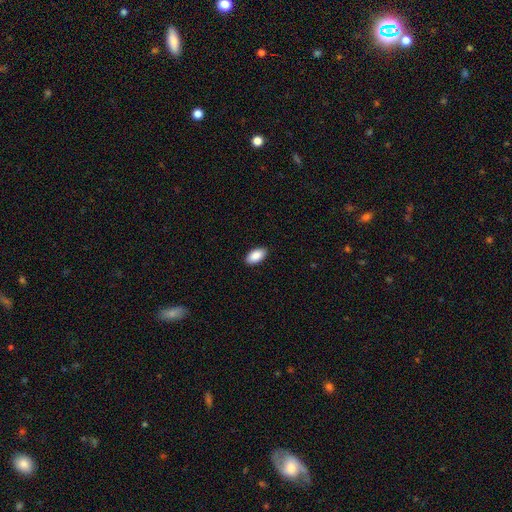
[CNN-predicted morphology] Smooth or featured: smooth — 90% (star or artifact — 6%)
How rounded: in between — 95% (round — 3%)
Merging: none — 90% (minor disturbance — 7%)